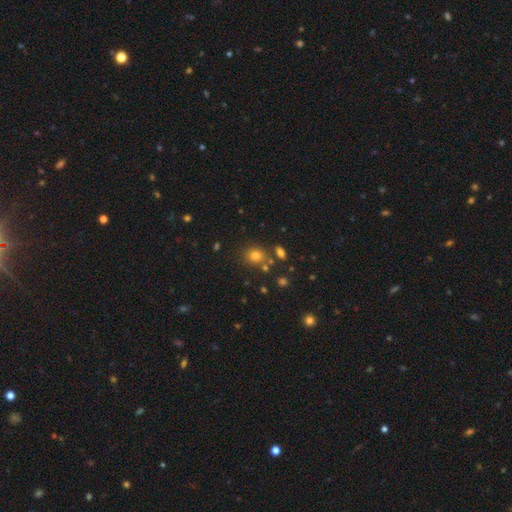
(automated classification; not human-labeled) smooth-or-featured: smooth: 73% | star or artifact: 19% | featured or disk: 8%
  how-rounded: round: 72% | in between: 27% | cigar-shaped: 1%
  merging: none: 74% | minor disturbance: 11% | merger: 11% | major disturbance: 4%